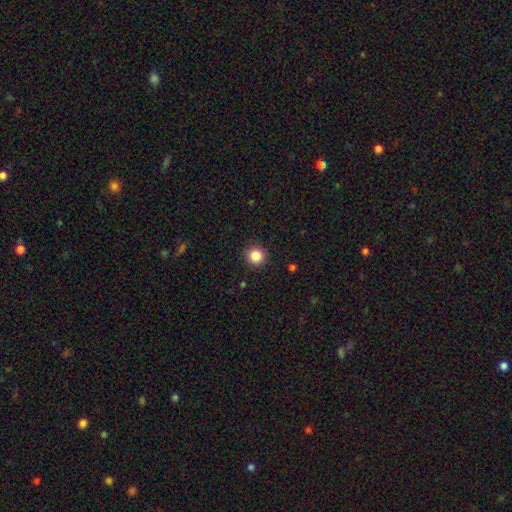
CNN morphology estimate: type=smooth (86%); roundness=round (94%); merging=none (92%).